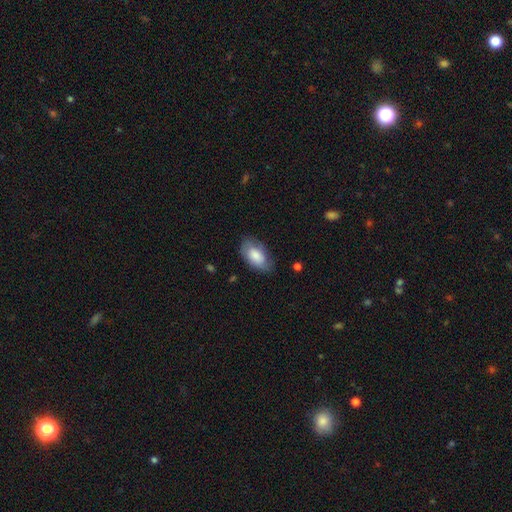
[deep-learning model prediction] Smooth or featured: smooth — 74% (featured or disk — 20%)
How rounded: in between — 94% (round — 4%)
Merging: none — 70% (minor disturbance — 23%)